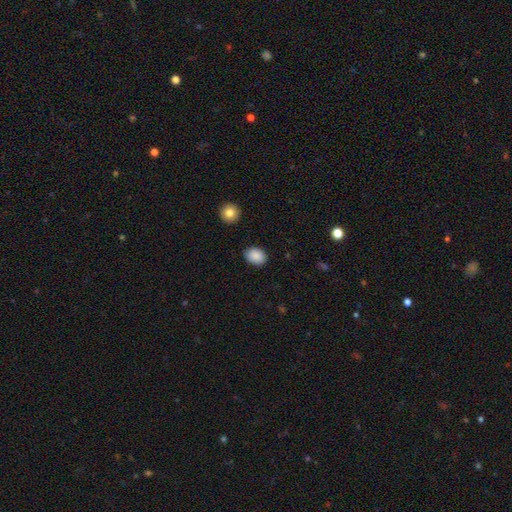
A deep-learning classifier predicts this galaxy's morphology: The model was most divided on "how rounded": in between: 63%, round: 36%, cigar-shaped: 1%. More confident: smooth or featured — smooth (89%); merging — none (86%).